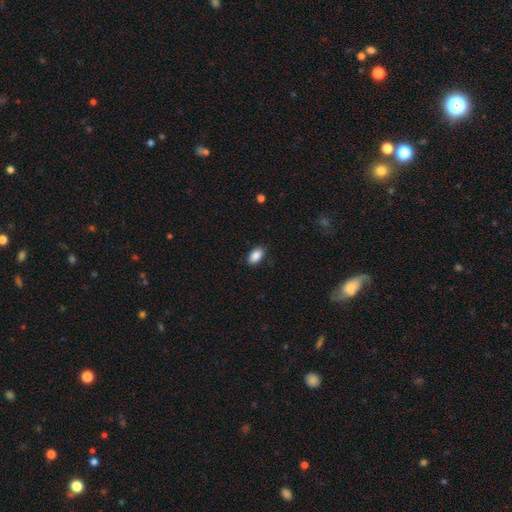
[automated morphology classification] Smooth or featured: smooth — 89% (star or artifact — 8%)
How rounded: in between — 92% (round — 6%)
Merging: none — 87% (minor disturbance — 10%)